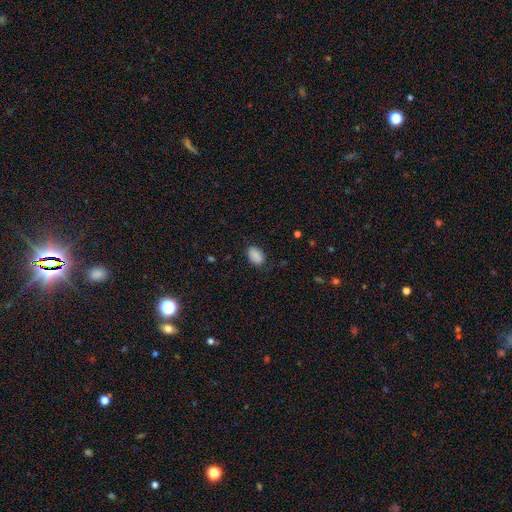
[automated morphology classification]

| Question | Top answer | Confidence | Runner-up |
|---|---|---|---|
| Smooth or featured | smooth | 88% | star or artifact (8%) |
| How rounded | in between | 89% | round (10%) |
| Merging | none | 80% | minor disturbance (15%) |